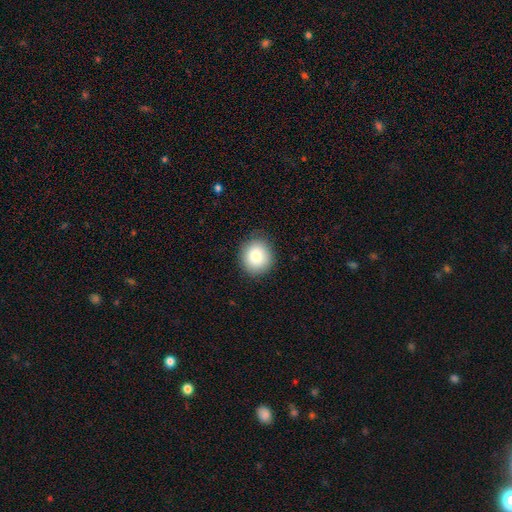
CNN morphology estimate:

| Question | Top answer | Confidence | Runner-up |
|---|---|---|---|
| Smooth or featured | smooth | 82% | star or artifact (9%) |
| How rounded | round | 85% | in between (14%) |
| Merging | none | 88% | minor disturbance (9%) |